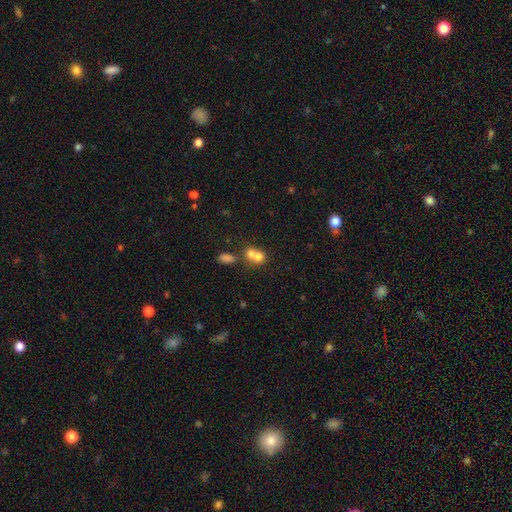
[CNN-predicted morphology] Smooth or featured?
  - smooth: 71% *
  - featured or disk: 17%
  - star or artifact: 12%
How rounded?
  - round: 67% *
  - in between: 32%
  - cigar-shaped: 1%
Merging?
  - merger: 66% *
  - none: 25%
  - minor disturbance: 6%
  - major disturbance: 3%